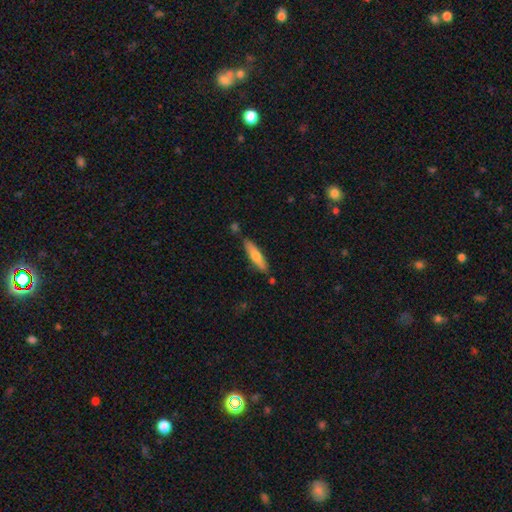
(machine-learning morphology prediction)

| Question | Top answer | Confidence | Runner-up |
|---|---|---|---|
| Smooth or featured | smooth | 62% | featured or disk (33%) |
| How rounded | cigar-shaped | 82% | in between (16%) |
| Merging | none | 82% | minor disturbance (12%) |